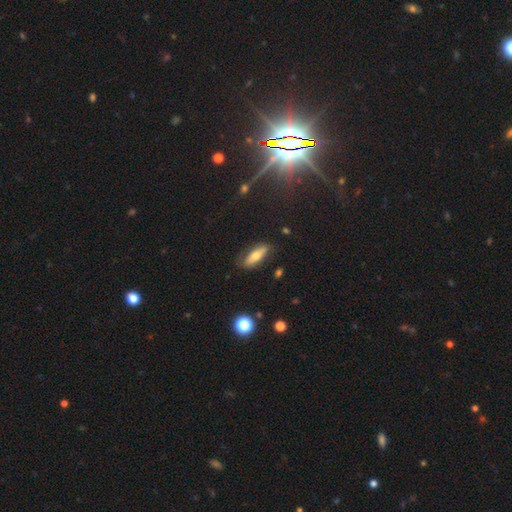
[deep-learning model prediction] Overall: smooth (59%; featured or disk 33%). How rounded: in between (53%; cigar-shaped 44%). Merging: none (79%).